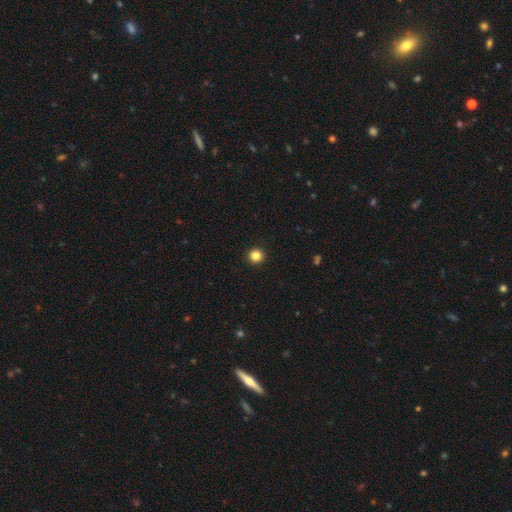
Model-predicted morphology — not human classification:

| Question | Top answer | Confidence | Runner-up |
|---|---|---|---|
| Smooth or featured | smooth | 85% | star or artifact (12%) |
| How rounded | round | 95% | in between (4%) |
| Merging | none | 94% | minor disturbance (4%) |